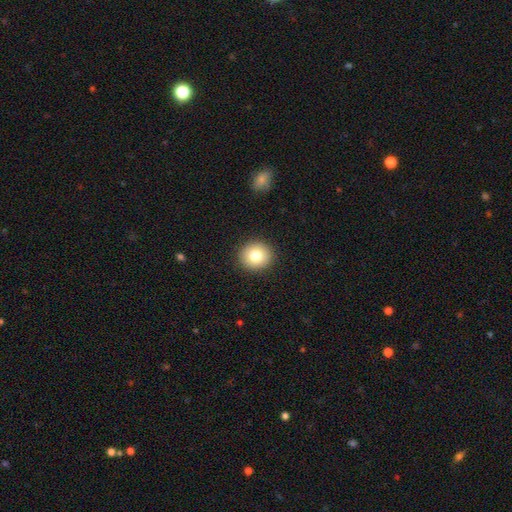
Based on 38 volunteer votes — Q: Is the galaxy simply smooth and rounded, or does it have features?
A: smooth — 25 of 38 (66%).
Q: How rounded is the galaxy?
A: round — 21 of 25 (84%).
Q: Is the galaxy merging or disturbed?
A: none — 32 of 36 (89%).